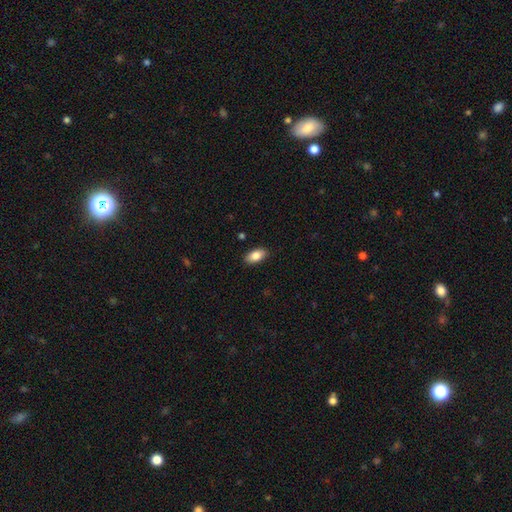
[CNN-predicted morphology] Smooth or featured? Predicted: smooth (p=0.85). How rounded? Predicted: in between (p=0.92). Merging? Predicted: none (p=0.89).